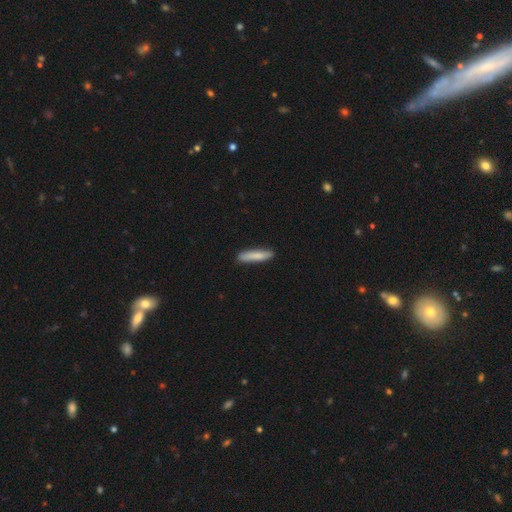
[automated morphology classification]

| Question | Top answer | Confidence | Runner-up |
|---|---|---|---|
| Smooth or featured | smooth | 81% | featured or disk (14%) |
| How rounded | cigar-shaped | 87% | in between (12%) |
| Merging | none | 87% | minor disturbance (10%) |